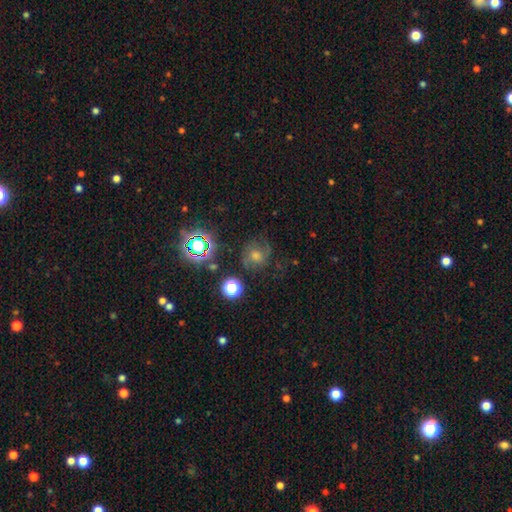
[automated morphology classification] The model was most divided on "smooth or featured": featured or disk: 41%, star or artifact: 32%, smooth: 28%. More confident: merging — none (70%).